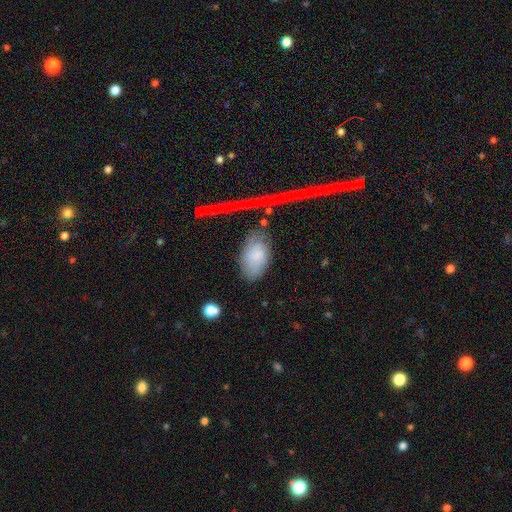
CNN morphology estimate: Q: Smooth or featured?
A: smooth (69%); runner-up: featured or disk (23%)
Q: How rounded?
A: in between (93%); runner-up: round (5%)
Q: Merging?
A: none (66%); runner-up: minor disturbance (23%)